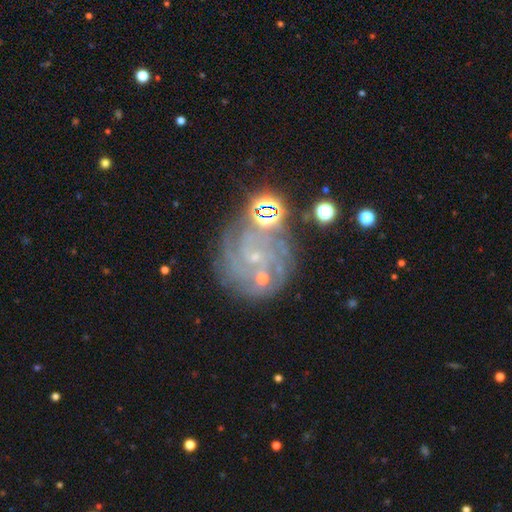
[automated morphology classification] smooth-or-featured: featured or disk: 76% | star or artifact: 15% | smooth: 9%
  disk-edge-on: no: 98% | yes: 2%
    bar: no: 68% | weak: 25% | strong: 7%
    has-spiral-arms: yes: 93% | no: 7%
      spiral-winding: tight: 69% | medium: 25% | loose: 7%
      spiral-arm-count: can't tell: 32% | 3: 19% | 4: 17% | 2: 14% | more than 4: 10% | 1: 8%
    bulge-size: small: 82% | moderate: 9% | none: 7% | large: 1% | dominant: 1%
  merging: none: 64% | minor disturbance: 16% | major disturbance: 10% | merger: 9%